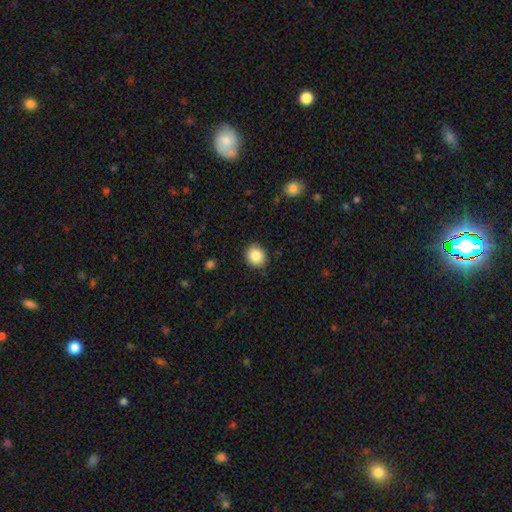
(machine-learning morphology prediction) Q: Smooth or featured?
A: smooth (86%); runner-up: star or artifact (9%)
Q: How rounded?
A: round (73%); runner-up: in between (26%)
Q: Merging?
A: none (88%); runner-up: minor disturbance (9%)